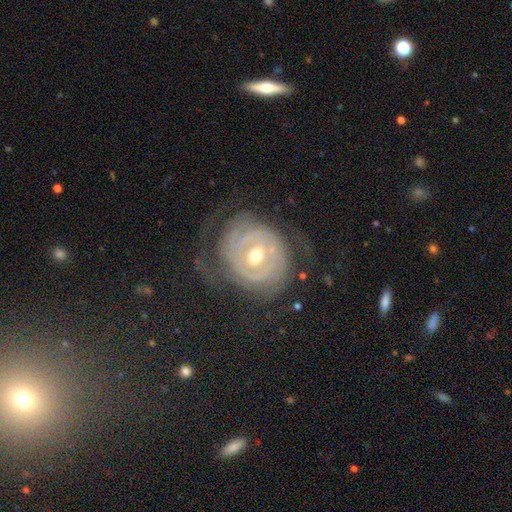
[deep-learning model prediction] The model was most divided on "bar": no: 43%, weak: 38%, strong: 19%. Remaining: edge-on disk — no (96%); spiral arms — yes (88%); smooth or featured — featured or disk (84%); spiral winding — tight (76%); merging — none (68%); bulge size — moderate (63%); spiral arm count — can't tell (36%).